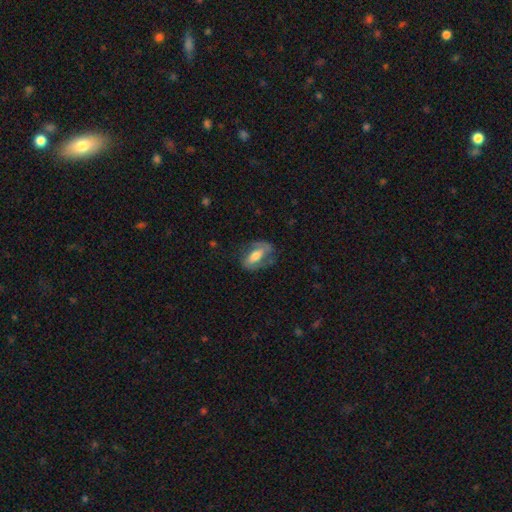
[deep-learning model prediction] The model was most divided on "smooth or featured": featured or disk: 52%, smooth: 42%, star or artifact: 6%. More confident: edge-on disk — no (89%); merging — none (61%).